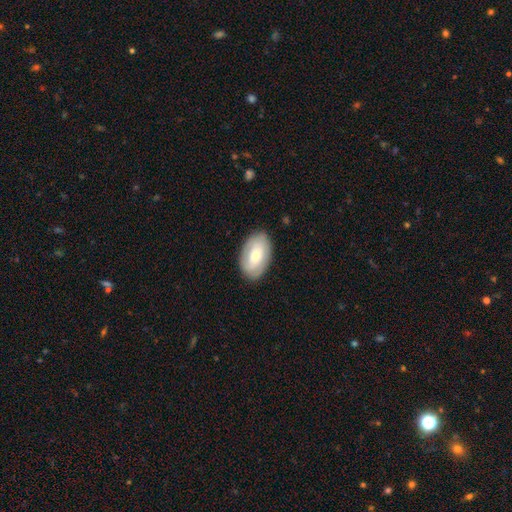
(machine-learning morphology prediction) The model was most divided on "smooth or featured": smooth: 59%, featured or disk: 35%, star or artifact: 6%. More confident: how rounded — in between (92%); merging — none (85%).